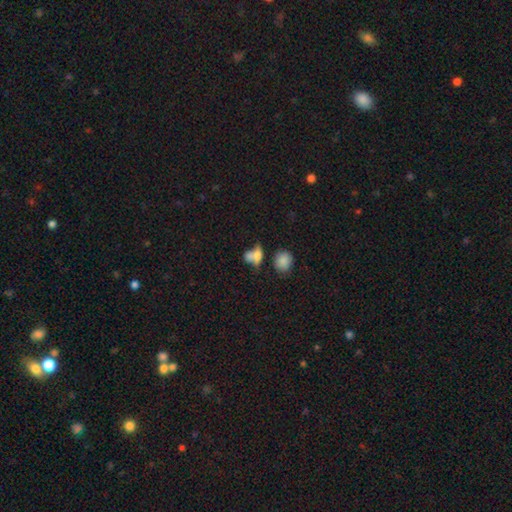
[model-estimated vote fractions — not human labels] Q: Smooth or featured?
A: smooth (68%); runner-up: featured or disk (19%)
Q: How rounded?
A: in between (64%); runner-up: round (29%)
Q: Merging?
A: merger (44%); runner-up: none (29%)